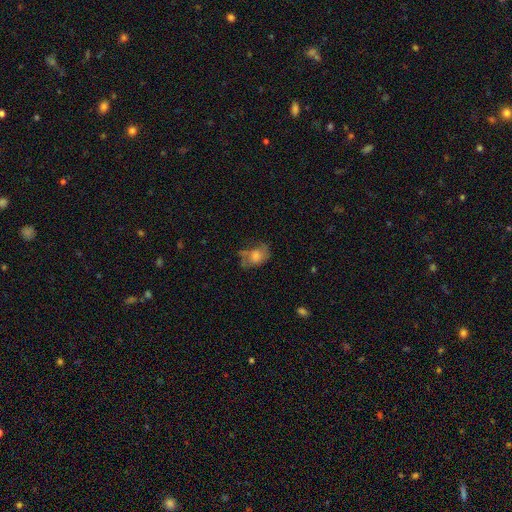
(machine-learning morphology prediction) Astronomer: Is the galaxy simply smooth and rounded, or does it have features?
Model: featured or disk — 45% (runner-up: smooth, 41%).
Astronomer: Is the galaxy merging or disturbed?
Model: none — 47% (runner-up: minor disturbance, 25%).